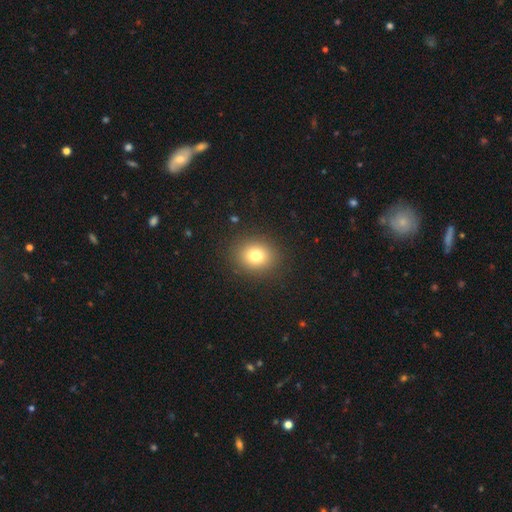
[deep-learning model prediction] Q: Smooth or featured?
A: smooth (78%); runner-up: star or artifact (13%)
Q: How rounded?
A: round (69%); runner-up: in between (30%)
Q: Merging?
A: none (89%); runner-up: minor disturbance (7%)